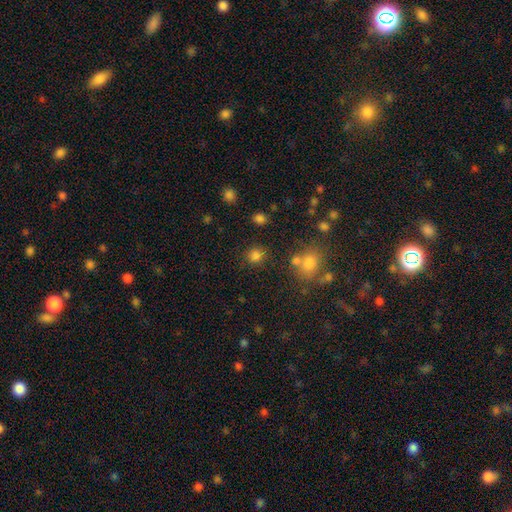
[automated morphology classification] smooth-or-featured: smooth: 80% | star or artifact: 15% | featured or disk: 5%
  how-rounded: round: 87% | in between: 12% | cigar-shaped: 1%
  merging: none: 79% | minor disturbance: 10% | merger: 8% | major disturbance: 4%